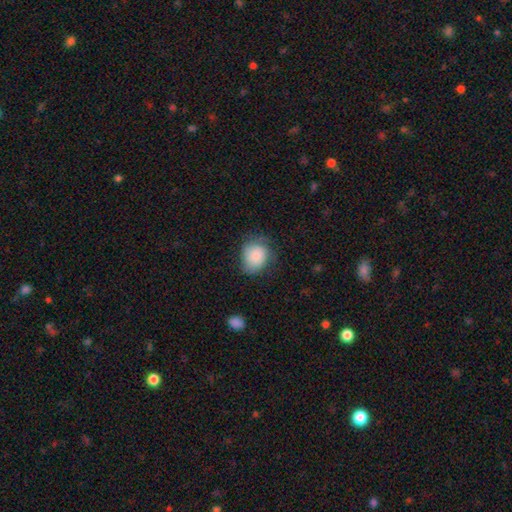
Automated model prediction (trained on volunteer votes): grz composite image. It shows a smooth galaxy with no disk features (81%) that is round (63%). Merging: none (60%).